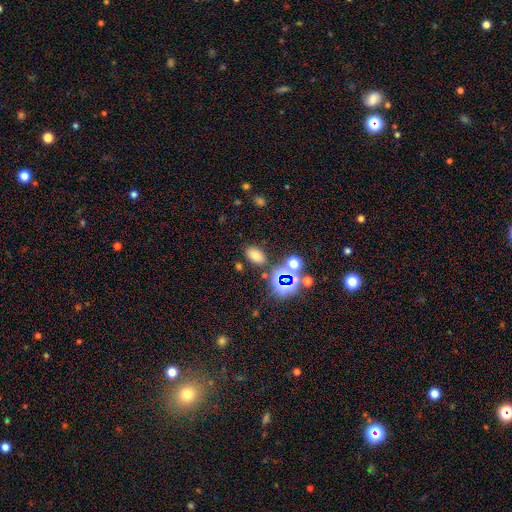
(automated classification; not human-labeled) This appears to be a smooth galaxy with no disk features (71%) that is in between round and cigar-shaped (86%). Merging: none (82%).